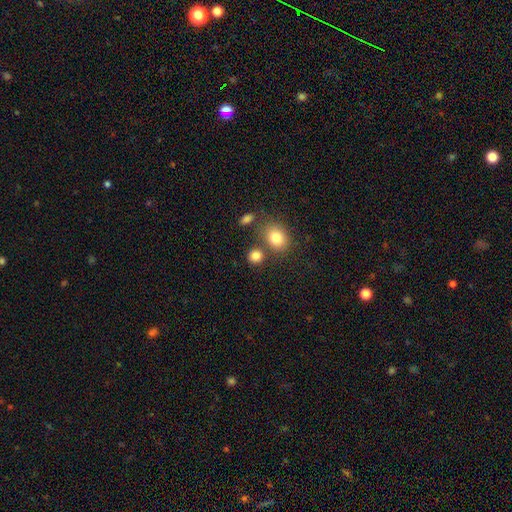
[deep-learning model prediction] A smooth galaxy with no disk features (83%) that is round (79%). Merging: none (71%).